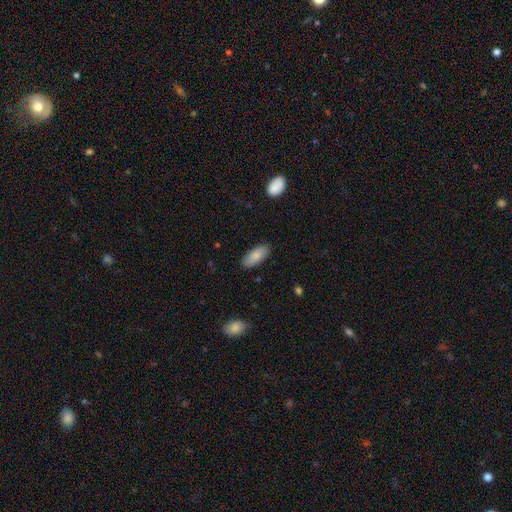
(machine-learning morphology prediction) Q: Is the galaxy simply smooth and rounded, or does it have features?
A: smooth — 83%.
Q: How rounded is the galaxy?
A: in between — 84%.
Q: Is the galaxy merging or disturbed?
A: none — 86%.